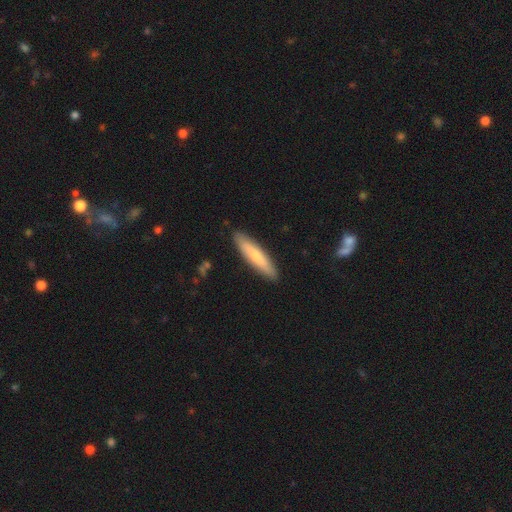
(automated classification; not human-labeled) smooth 66%, featured or disk 29%, star or artifact 5%. Down the decision tree: how rounded — cigar-shaped (82%); merging — none (89%).